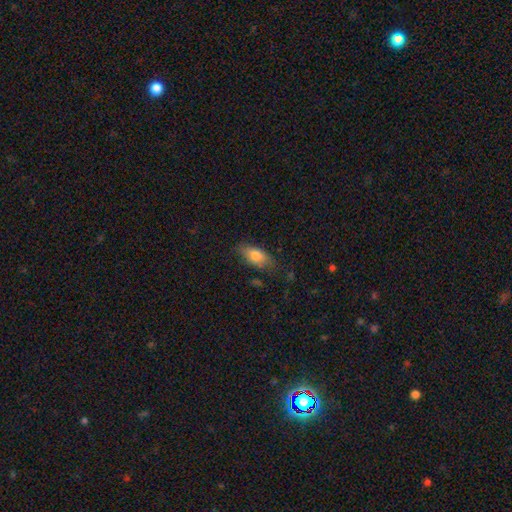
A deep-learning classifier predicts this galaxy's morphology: Q: Smooth or featured?
A: smooth (77%); runner-up: featured or disk (15%)
Q: How rounded?
A: in between (84%); runner-up: cigar-shaped (12%)
Q: Merging?
A: none (71%); runner-up: minor disturbance (22%)